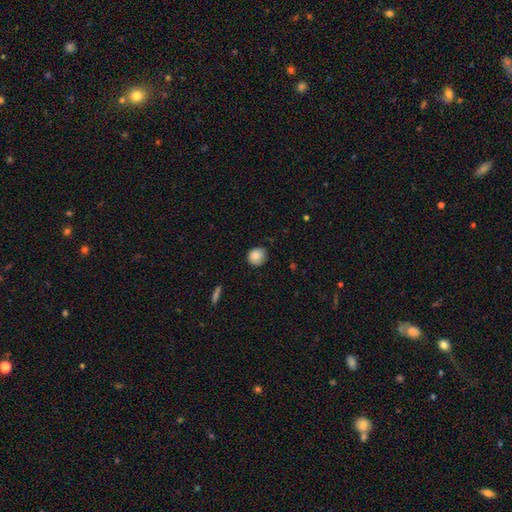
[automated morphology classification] A smooth galaxy with no disk features (86%) that is round (84%). Merging: none (76%).